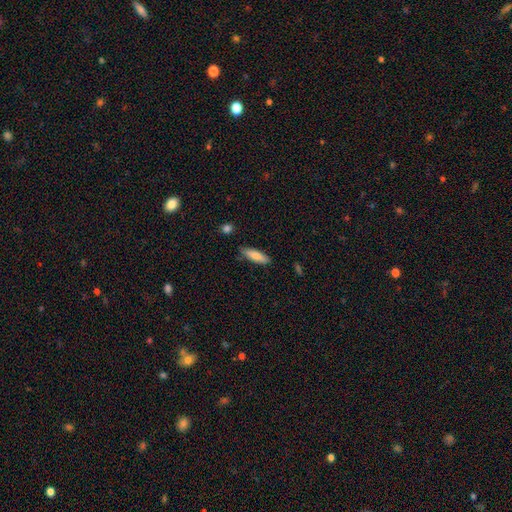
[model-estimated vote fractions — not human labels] Smooth or featured? smooth (81%)
How rounded? cigar-shaped (57%)
Merging? none (82%)